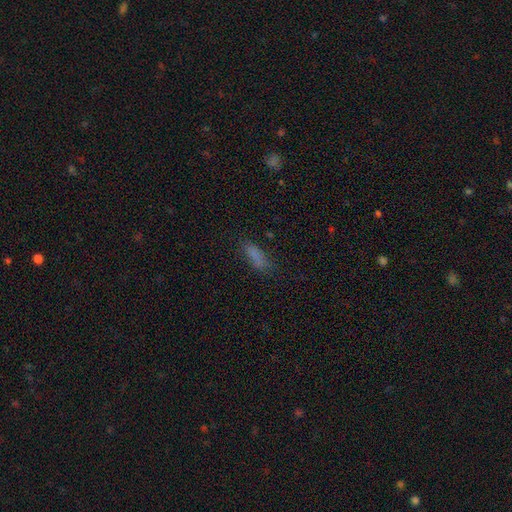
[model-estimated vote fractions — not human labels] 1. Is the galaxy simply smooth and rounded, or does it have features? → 77% smooth, 14% star or artifact, 10% featured or disk.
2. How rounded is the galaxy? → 55% in between, 42% cigar-shaped, 3% round.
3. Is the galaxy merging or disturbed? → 66% none, 22% minor disturbance, 9% major disturbance, 3% merger.